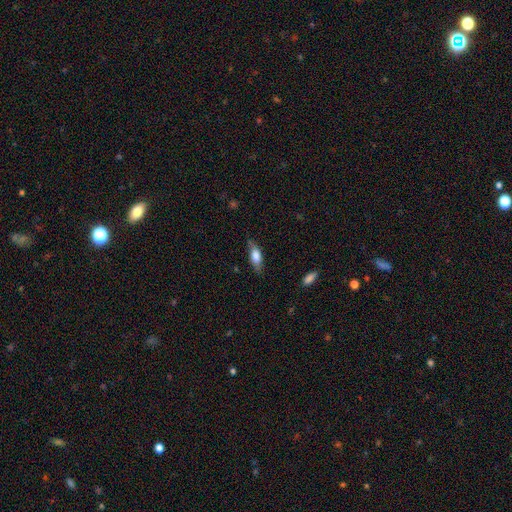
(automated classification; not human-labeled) Smooth or featured: smooth — 69% (featured or disk — 24%)
How rounded: in between — 69% (cigar-shaped — 28%)
Merging: none — 68% (minor disturbance — 24%)